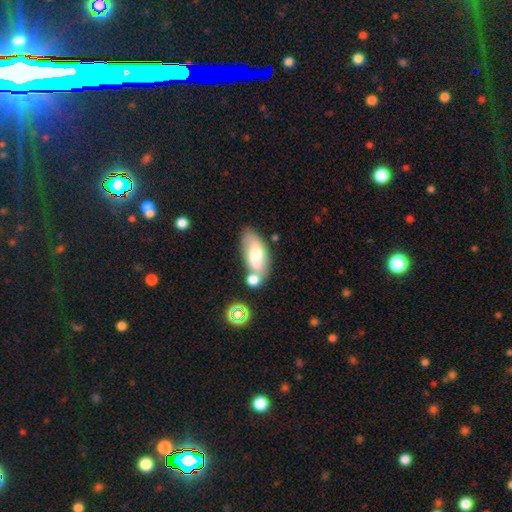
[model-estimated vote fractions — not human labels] The model was most divided on "merging": none: 54%, merger: 23%, minor disturbance: 17%, major disturbance: 6%. More confident: how rounded — in between (87%); smooth or featured — smooth (65%).